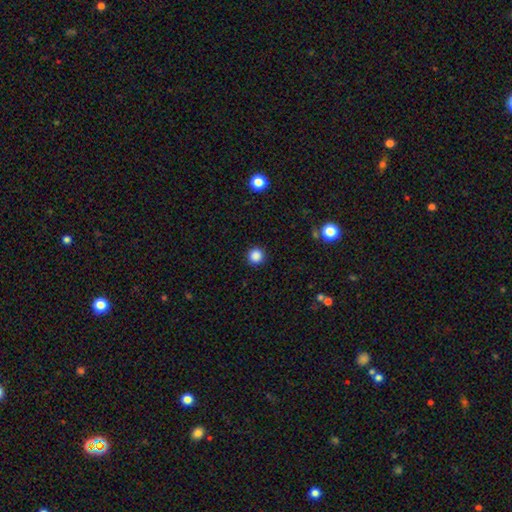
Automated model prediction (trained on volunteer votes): A smooth galaxy with no disk features (86%) that is round (95%).

Vote fractions:
- Smooth or featured? smooth: 86% / star or artifact: 11% / featured or disk: 3%
- How rounded? round: 95% / in between: 4% / cigar-shaped: 1%
- Merging? none: 92% / minor disturbance: 5% / major disturbance: 2% / merger: 1%